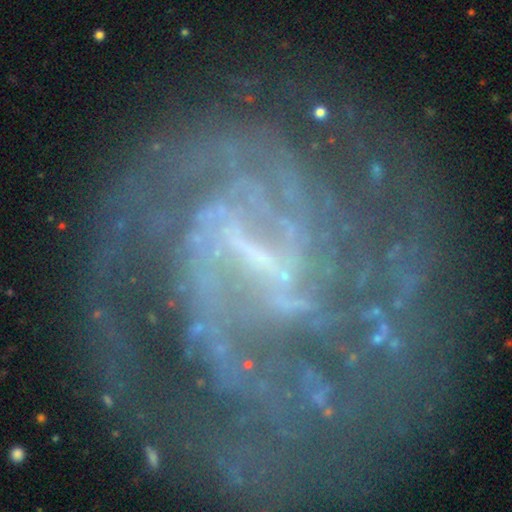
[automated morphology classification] Smooth or featured? Predicted: featured or disk (p=0.85). Edge-on disk? Predicted: no (p=0.98). Bar? Predicted: weak (p=0.43). Spiral arms? Predicted: yes (p=0.92). Spiral winding? Predicted: tight (p=0.52). Spiral arm count? Predicted: 2 (p=0.38). Bulge size? Predicted: none (p=0.44). Merging? Predicted: none (p=0.64).